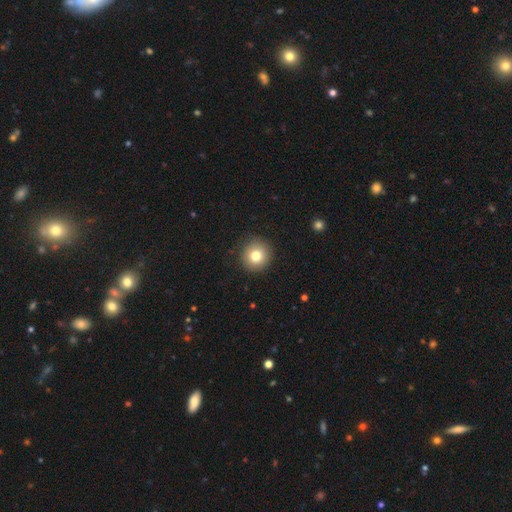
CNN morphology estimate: Smooth or featured?
  - smooth: 79% *
  - star or artifact: 11%
  - featured or disk: 10%
How rounded?
  - round: 94% *
  - in between: 5%
  - cigar-shaped: 1%
Merging?
  - none: 90% *
  - minor disturbance: 7%
  - major disturbance: 2%
  - merger: 1%